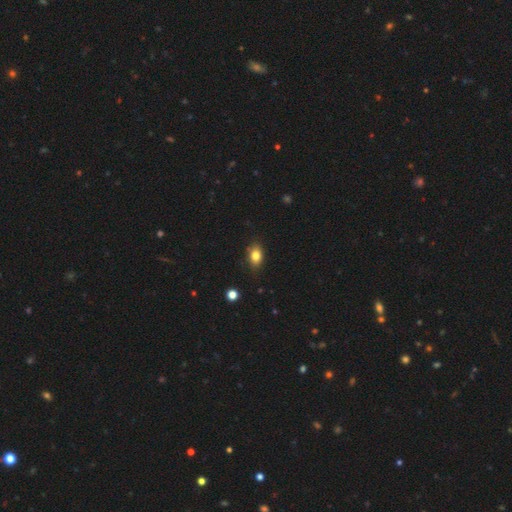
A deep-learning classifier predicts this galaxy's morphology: This is clearly a smooth galaxy (81%). How rounded: likely in between (79%). Merging: clearly none (81%).